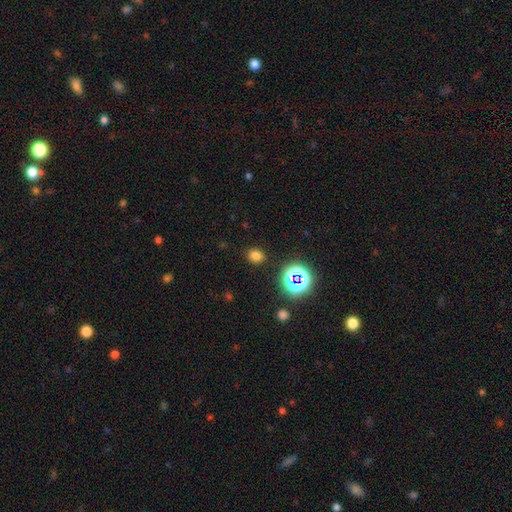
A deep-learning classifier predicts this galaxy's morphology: This appears to be a smooth galaxy with no disk features (72%) that is round (58%). Merging: none (86%).